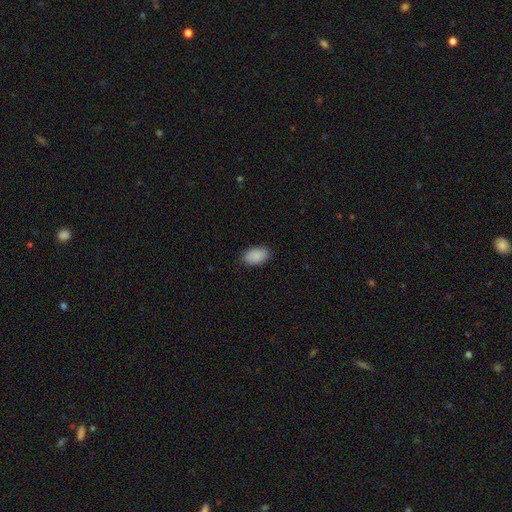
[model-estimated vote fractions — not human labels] Smooth or featured? Predicted: smooth (p=0.90). How rounded? Predicted: in between (p=0.93). Merging? Predicted: none (p=0.88).